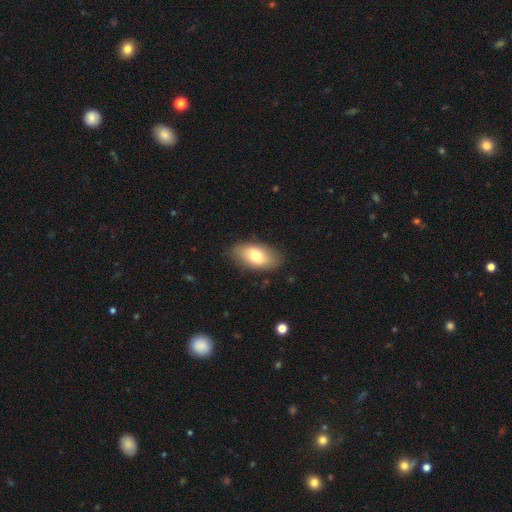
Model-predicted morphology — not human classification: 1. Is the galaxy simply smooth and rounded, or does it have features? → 73% smooth, 21% featured or disk, 6% star or artifact.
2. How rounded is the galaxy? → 93% in between, 5% round, 3% cigar-shaped.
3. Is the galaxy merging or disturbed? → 83% none, 12% minor disturbance, 3% major disturbance, 1% merger.